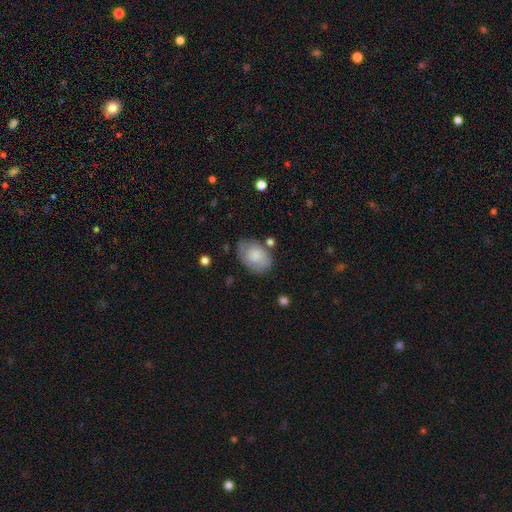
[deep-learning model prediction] This appears to be a smooth galaxy with no disk features (71%) that is in between round and cigar-shaped (83%). Merging: none (64%).